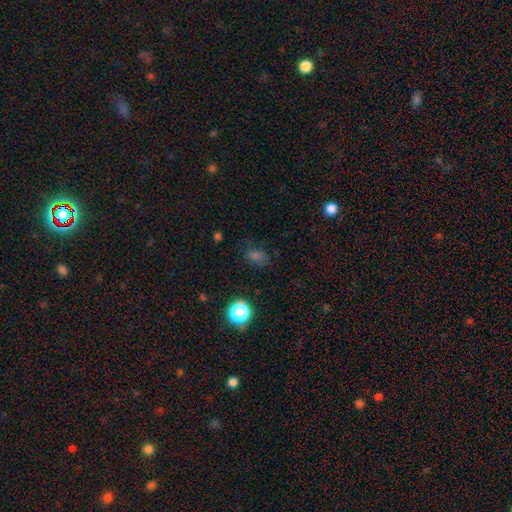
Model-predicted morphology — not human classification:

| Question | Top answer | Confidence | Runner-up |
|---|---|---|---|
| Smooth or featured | smooth | 59% | star or artifact (31%) |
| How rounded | in between | 64% | round (34%) |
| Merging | none | 72% | minor disturbance (18%) |